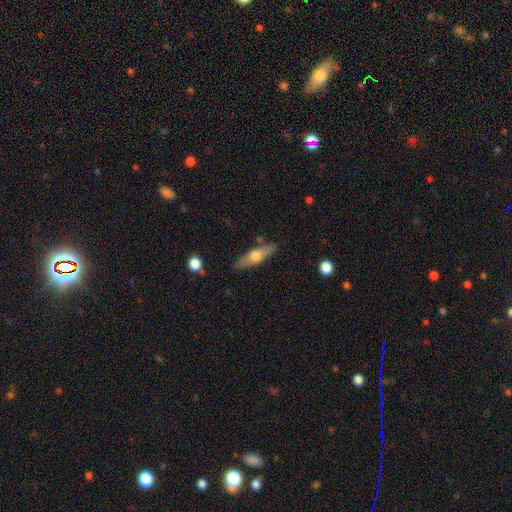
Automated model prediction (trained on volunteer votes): This is possibly a smooth galaxy (50%). How rounded: possibly cigar-shaped (53%). Merging: clearly none (83%).